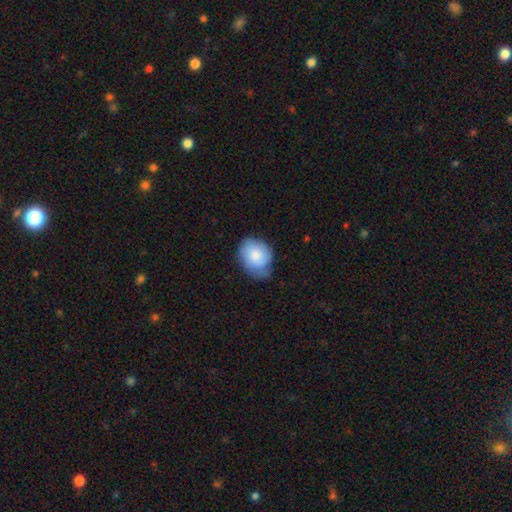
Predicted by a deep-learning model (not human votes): Morphology: type=smooth (77%); roundness=in between (51%); merging=none (50%).